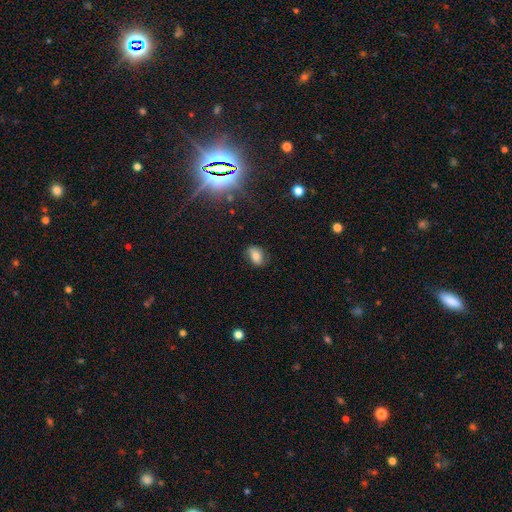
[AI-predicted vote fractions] Smooth or featured? Predicted: smooth (p=0.73). How rounded? Predicted: in between (p=0.80). Merging? Predicted: none (p=0.75).